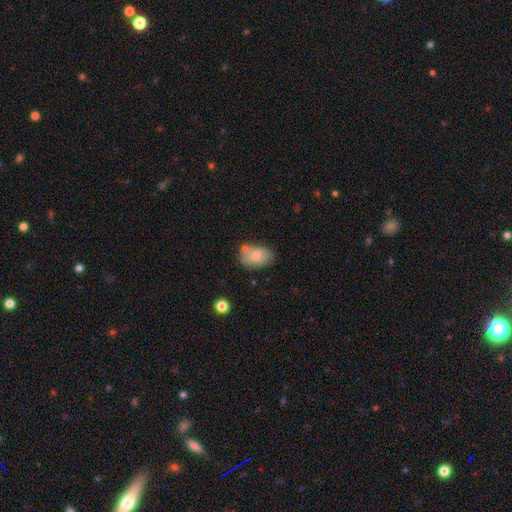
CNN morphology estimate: Smooth or featured? smooth (67%)
How rounded? in between (85%)
Merging? none (52%)